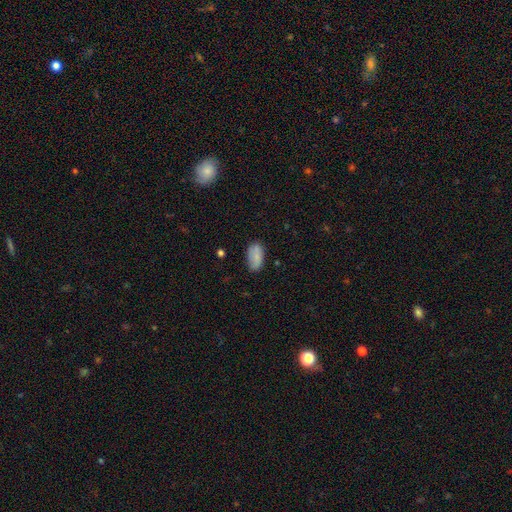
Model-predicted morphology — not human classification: Smooth or featured: smooth — 81% (featured or disk — 12%)
How rounded: in between — 93% (round — 4%)
Merging: none — 75% (minor disturbance — 19%)